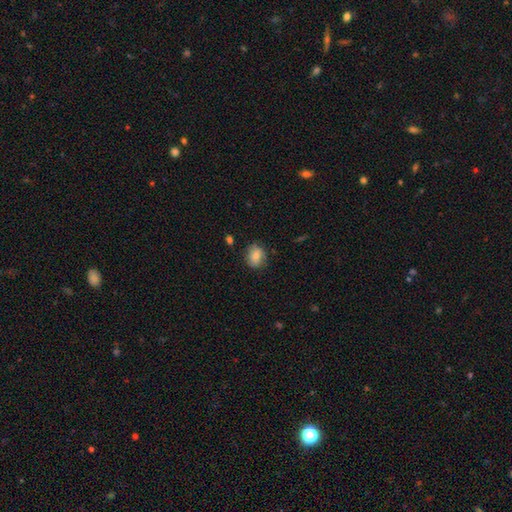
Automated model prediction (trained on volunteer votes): Smooth or featured? smooth (76%)
How rounded? round (60%)
Merging? none (74%)